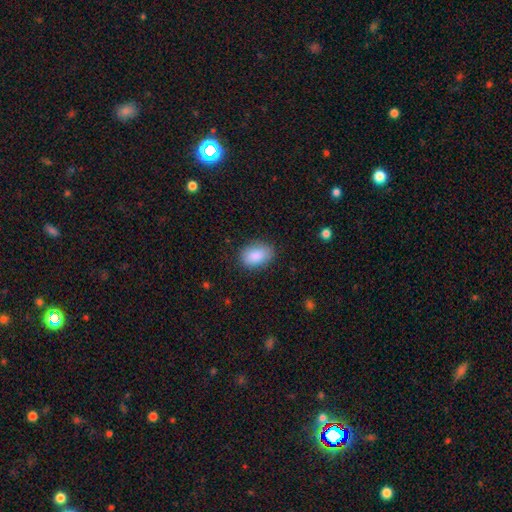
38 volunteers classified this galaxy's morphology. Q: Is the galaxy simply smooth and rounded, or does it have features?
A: smooth — 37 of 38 (97%).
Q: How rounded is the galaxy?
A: in between — 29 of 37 (78%).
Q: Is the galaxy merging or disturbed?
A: none — 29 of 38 (76%).